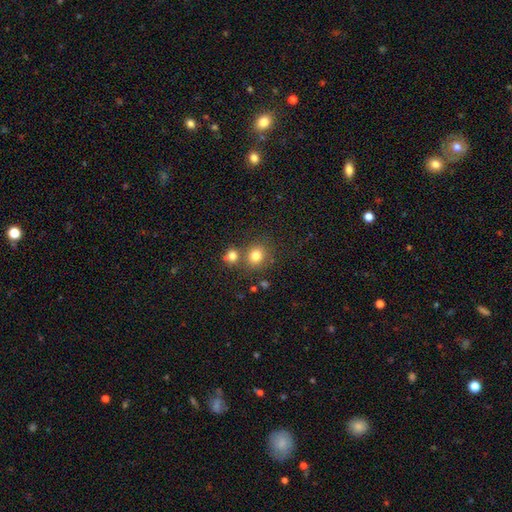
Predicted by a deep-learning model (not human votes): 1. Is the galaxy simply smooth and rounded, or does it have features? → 80% smooth, 13% star or artifact, 7% featured or disk.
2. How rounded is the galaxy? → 81% round, 18% in between, 1% cigar-shaped.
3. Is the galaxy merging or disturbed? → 65% none, 23% merger, 9% minor disturbance, 3% major disturbance.